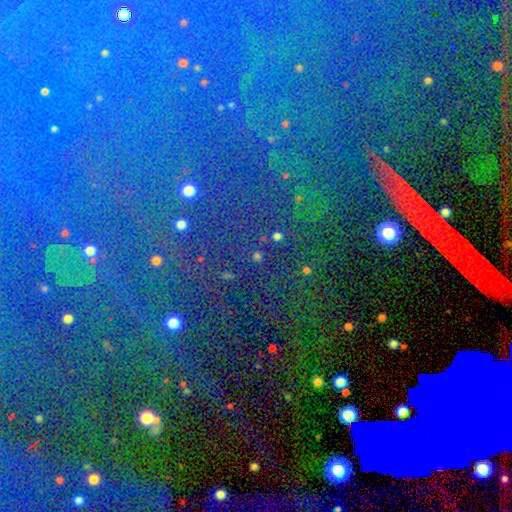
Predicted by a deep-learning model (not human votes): A star or artifact, not a galaxy (80%).

Vote fractions:
- Smooth or featured? star or artifact: 80% / smooth: 11% / featured or disk: 10%